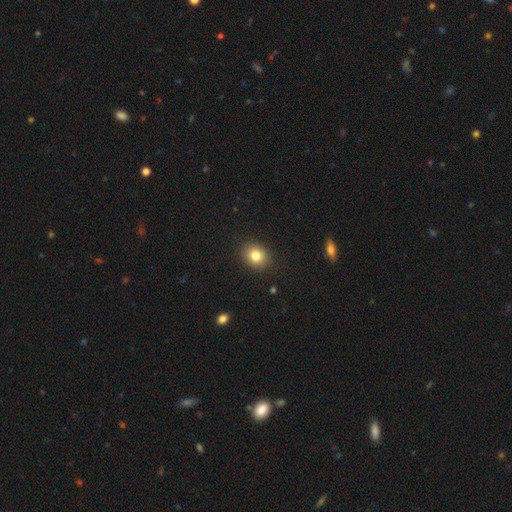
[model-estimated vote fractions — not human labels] Smooth or featured: smooth — 81% (star or artifact — 11%)
How rounded: round — 63% (in between — 36%)
Merging: none — 90% (minor disturbance — 7%)